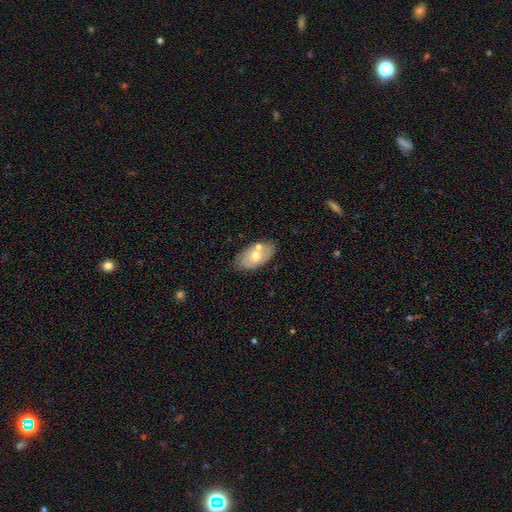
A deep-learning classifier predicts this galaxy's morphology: Q: Smooth or featured?
A: smooth (62%); runner-up: featured or disk (32%)
Q: How rounded?
A: in between (93%); runner-up: round (5%)
Q: Merging?
A: none (69%); runner-up: minor disturbance (16%)